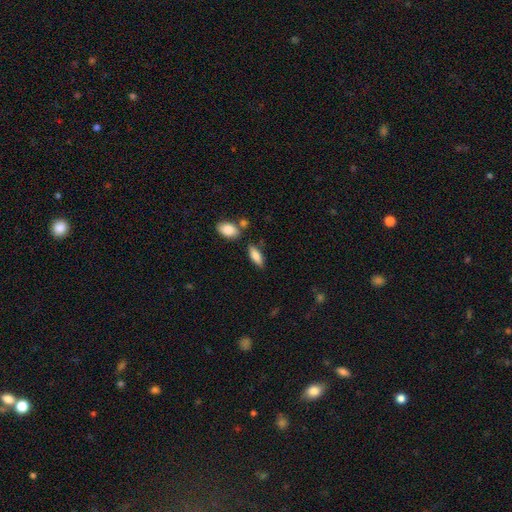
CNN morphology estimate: Smooth or featured? Predicted: smooth (p=0.79). How rounded? Predicted: in between (p=0.68). Merging? Predicted: none (p=0.78).